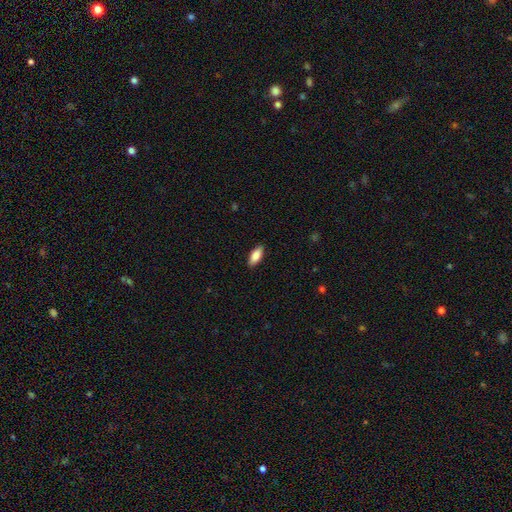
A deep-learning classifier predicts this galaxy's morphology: This is clearly a smooth galaxy (85%). How rounded: likely in between (79%). Merging: clearly none (89%).